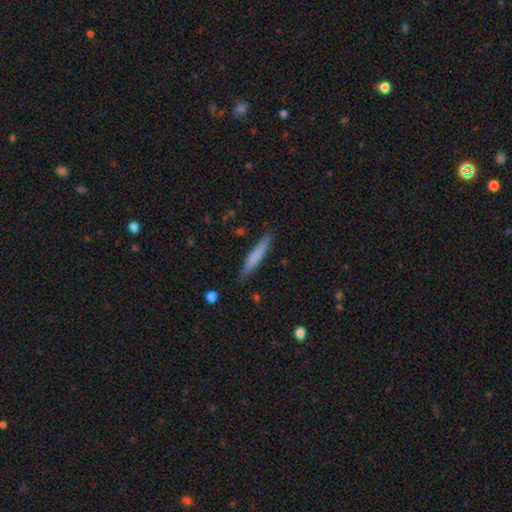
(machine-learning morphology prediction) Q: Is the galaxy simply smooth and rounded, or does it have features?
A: smooth — 70%.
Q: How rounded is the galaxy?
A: cigar-shaped — 94%.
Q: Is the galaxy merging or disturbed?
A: none — 85%.